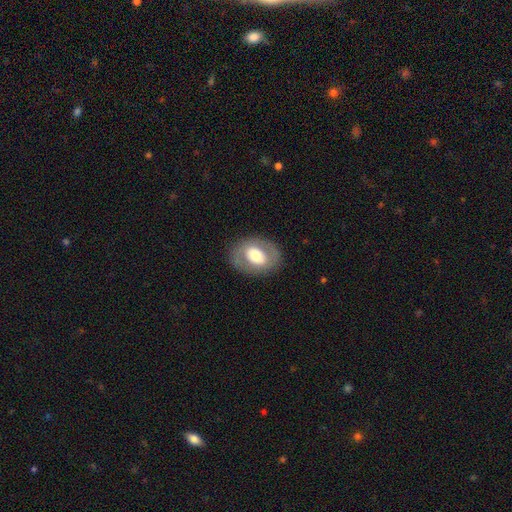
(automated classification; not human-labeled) Q: Smooth or featured?
A: smooth (49%); runner-up: featured or disk (44%)
Q: Merging?
A: none (83%); runner-up: minor disturbance (11%)